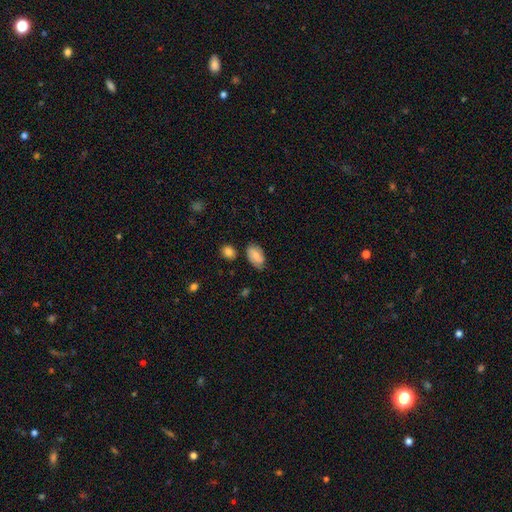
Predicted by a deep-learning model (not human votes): A smooth galaxy with no disk features (54%) that is in between round and cigar-shaped (90%). Merging: none (72%).